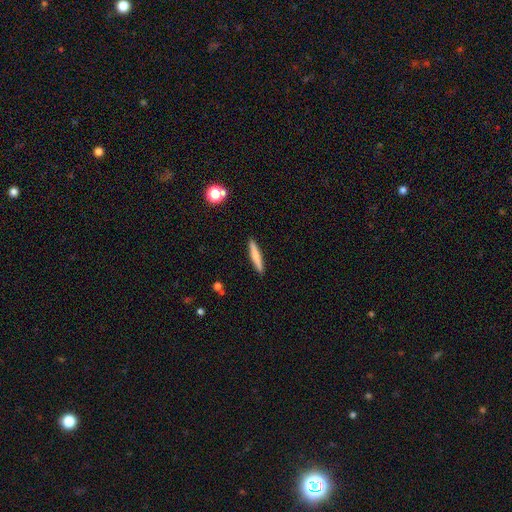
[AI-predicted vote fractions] smooth-or-featured: smooth: 70% | featured or disk: 24% | star or artifact: 6%
  how-rounded: cigar-shaped: 93% | in between: 6% | round: 1%
  merging: none: 91% | minor disturbance: 6% | major disturbance: 1% | merger: 1%